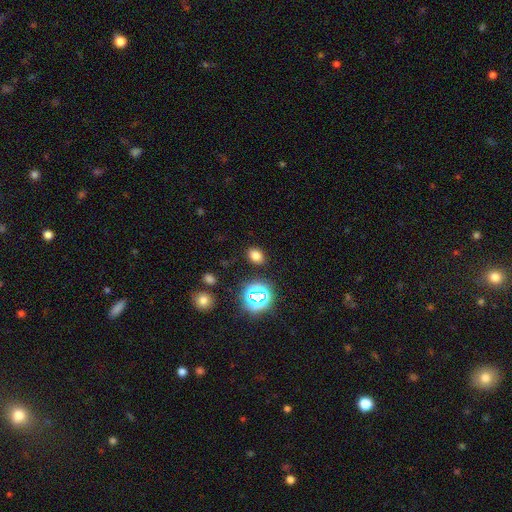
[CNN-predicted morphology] smooth 72%, star or artifact 21%, featured or disk 6%. Down the decision tree: how rounded — in between (69%); merging — none (86%).